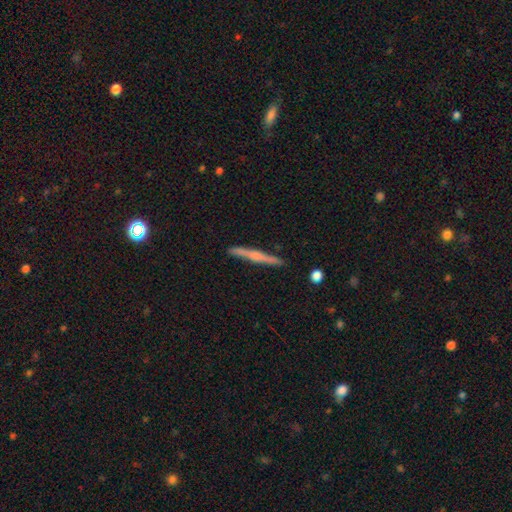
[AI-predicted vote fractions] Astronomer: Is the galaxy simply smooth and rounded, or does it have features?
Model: featured or disk — 60%.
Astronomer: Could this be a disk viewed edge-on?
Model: yes — 97%.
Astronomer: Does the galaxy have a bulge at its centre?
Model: rounded — 59%.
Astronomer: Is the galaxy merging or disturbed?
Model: none — 89%.